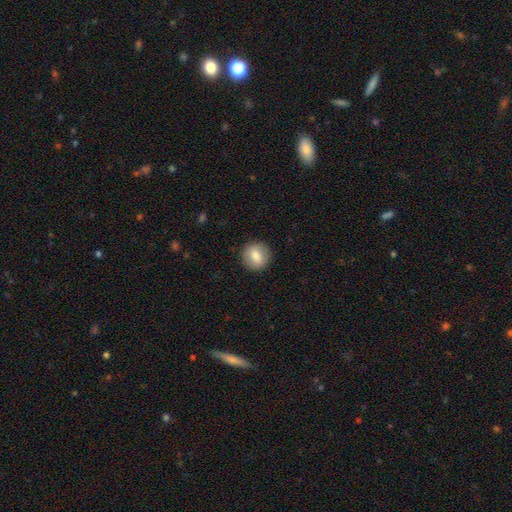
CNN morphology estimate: smooth 74%, featured or disk 18%, star or artifact 8%. Down the decision tree: how rounded — round (88%); merging — none (89%).